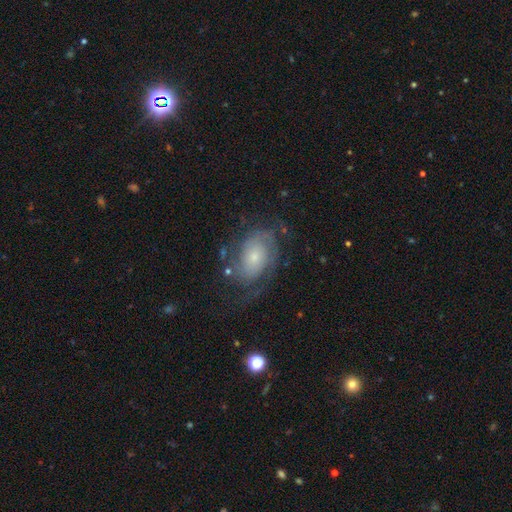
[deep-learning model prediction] Q: Smooth or featured?
A: featured or disk (71%); runner-up: smooth (17%)
Q: Edge-on disk?
A: no (96%); runner-up: yes (4%)
Q: Bar?
A: no (73%); runner-up: weak (22%)
Q: Spiral arms?
A: yes (89%); runner-up: no (11%)
Q: Spiral winding?
A: tight (52%); runner-up: medium (34%)
Q: Spiral arm count?
A: 2 (39%); runner-up: can't tell (37%)
Q: Bulge size?
A: small (56%); runner-up: moderate (33%)
Q: Merging?
A: none (66%); runner-up: minor disturbance (18%)